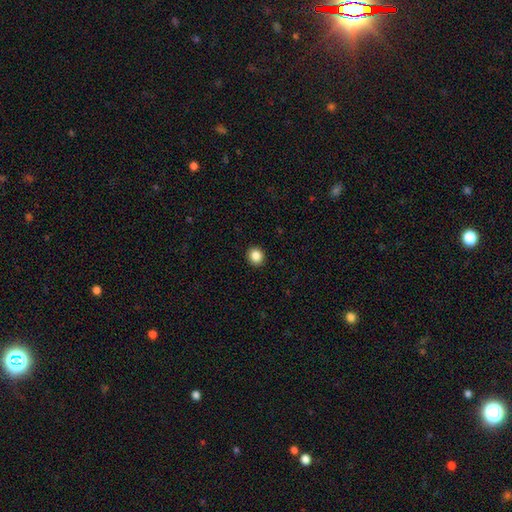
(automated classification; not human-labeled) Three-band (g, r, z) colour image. It shows a smooth galaxy with no disk features (87%) that is round (81%). Merging: none (92%).